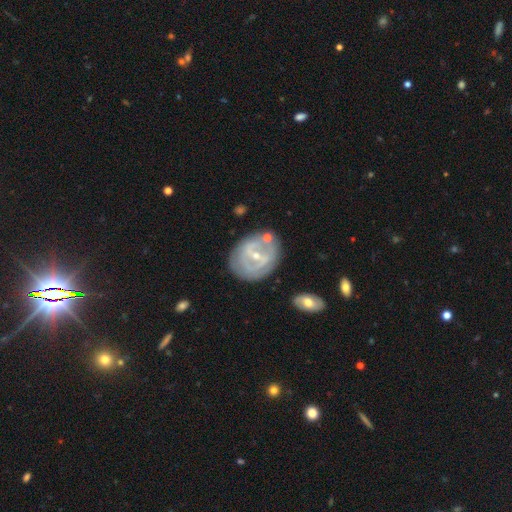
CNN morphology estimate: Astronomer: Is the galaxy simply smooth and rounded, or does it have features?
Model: featured or disk — 78%.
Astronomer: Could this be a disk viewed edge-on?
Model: no — 96%.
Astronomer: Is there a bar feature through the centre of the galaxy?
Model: weak — 43% (runner-up: strong, 38%).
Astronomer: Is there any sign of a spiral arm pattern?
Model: yes — 59% (runner-up: no, 41%).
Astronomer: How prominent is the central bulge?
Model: small — 64%.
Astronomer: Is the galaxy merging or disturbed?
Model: none — 68%.